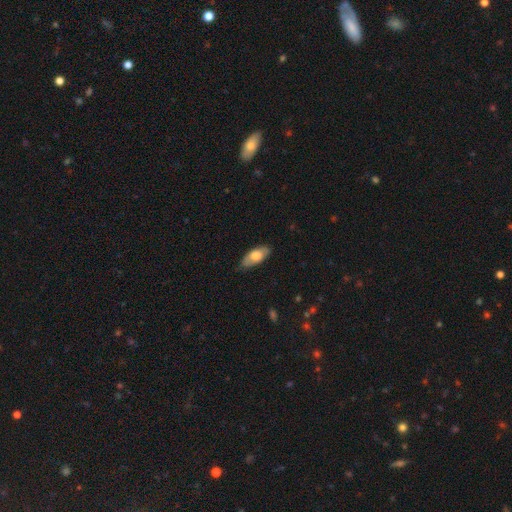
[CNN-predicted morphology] This appears to be a smooth galaxy with no disk features (66%) that is in between round and cigar-shaped (85%). Merging: none (78%).